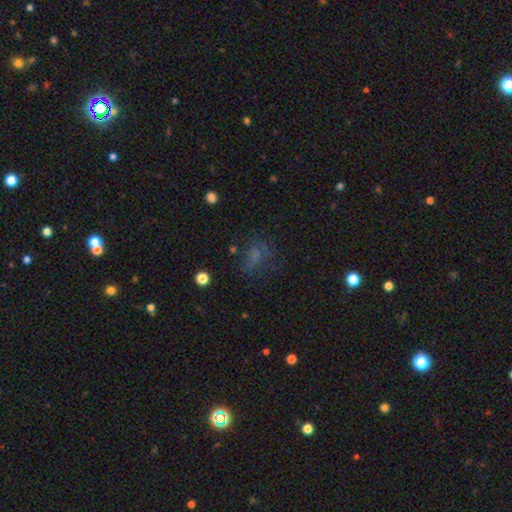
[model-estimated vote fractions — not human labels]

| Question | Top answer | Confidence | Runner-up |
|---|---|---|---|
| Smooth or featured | smooth | 52% | star or artifact (26%) |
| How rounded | in between | 66% | round (30%) |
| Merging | none | 49% | major disturbance (26%) |